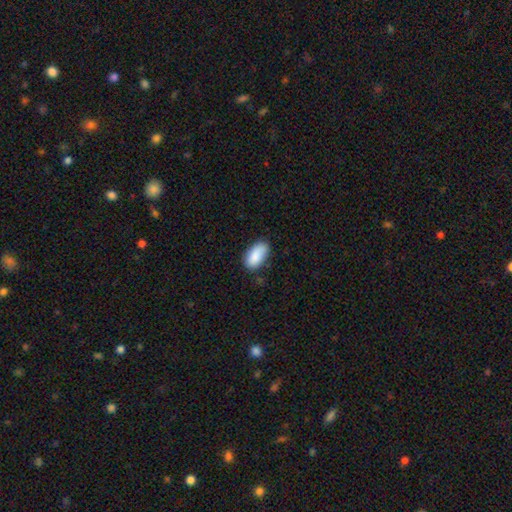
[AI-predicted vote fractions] A smooth galaxy with no disk features (87%) that is in between round and cigar-shaped (94%). Merging: none (75%).